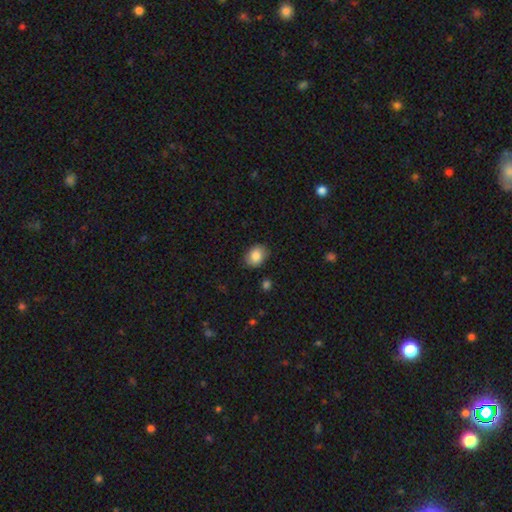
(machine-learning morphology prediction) This appears to be a smooth galaxy with no disk features (86%) that is in between round and cigar-shaped (58%). Merging: none (84%).